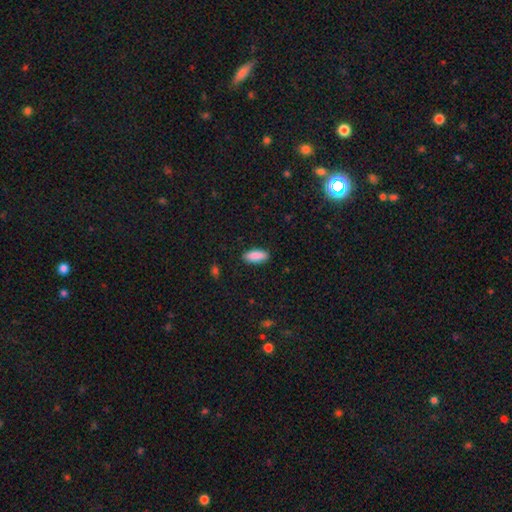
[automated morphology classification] type=smooth (89%); roundness=in between (82%); merging=none (88%).